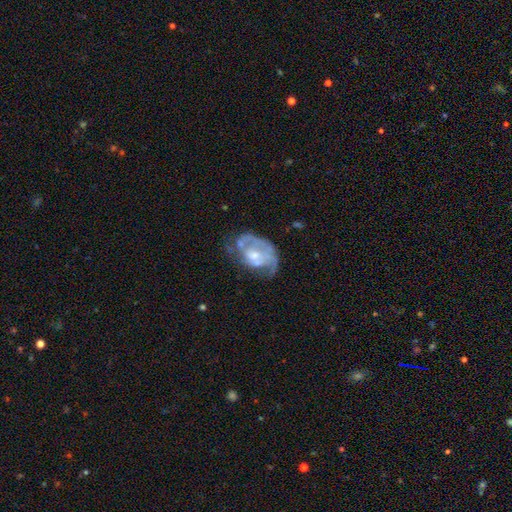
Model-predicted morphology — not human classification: Smooth or featured?
  - featured or disk: 72% *
  - smooth: 21%
  - star or artifact: 7%
Edge-on disk?
  - no: 97% *
  - yes: 3%
Bar?
  - no: 72% *
  - weak: 24%
  - strong: 4%
Spiral arms?
  - yes: 64% *
  - no: 36%
Bulge size?
  - small: 42% * (tied)
  - moderate: 42% * (tied)
  - none: 10%
  - large: 5%
  - dominant: 1%
Merging?
  - none: 37% *
  - major disturbance: 30%
  - minor disturbance: 25%
  - merger: 8%